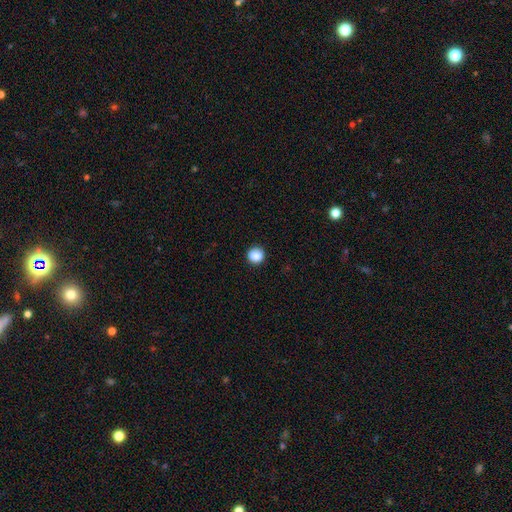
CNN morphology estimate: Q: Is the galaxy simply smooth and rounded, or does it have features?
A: smooth — 87%.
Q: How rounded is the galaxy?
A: round — 94%.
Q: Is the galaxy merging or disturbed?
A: none — 93%.